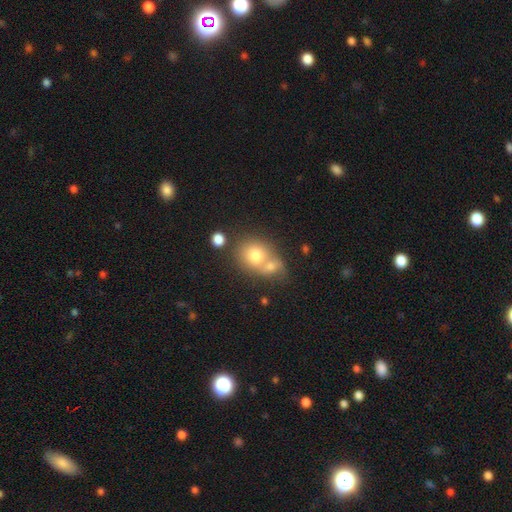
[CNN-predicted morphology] A smooth galaxy with no disk features (74%) that is round (70%).

Vote fractions:
- Smooth or featured? smooth: 74% / featured or disk: 16% / star or artifact: 11%
- How rounded? round: 70% / in between: 29% / cigar-shaped: 1%
- Merging? merger: 58% / none: 30% / minor disturbance: 8% / major disturbance: 4%